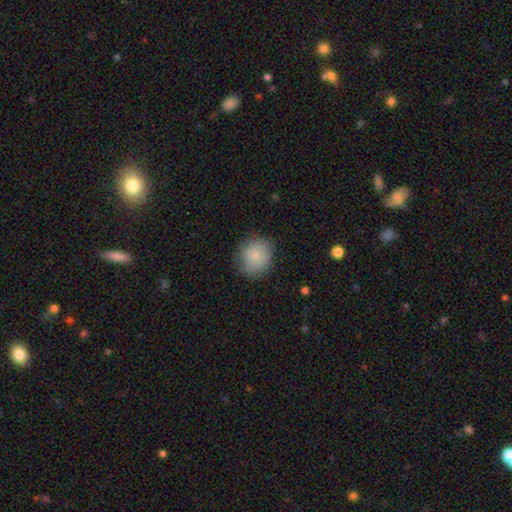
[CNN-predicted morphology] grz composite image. It shows a smooth galaxy with no disk features (84%) that is round (82%). Merging: none (80%).